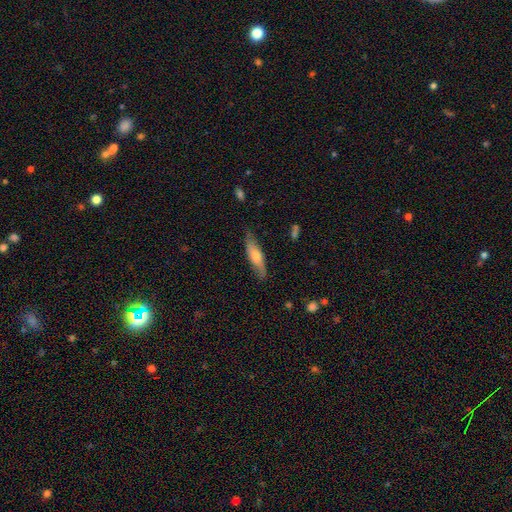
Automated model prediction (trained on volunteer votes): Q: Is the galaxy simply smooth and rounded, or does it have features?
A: smooth — 54%.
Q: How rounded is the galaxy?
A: cigar-shaped — 64%.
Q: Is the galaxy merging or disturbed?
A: none — 74%.